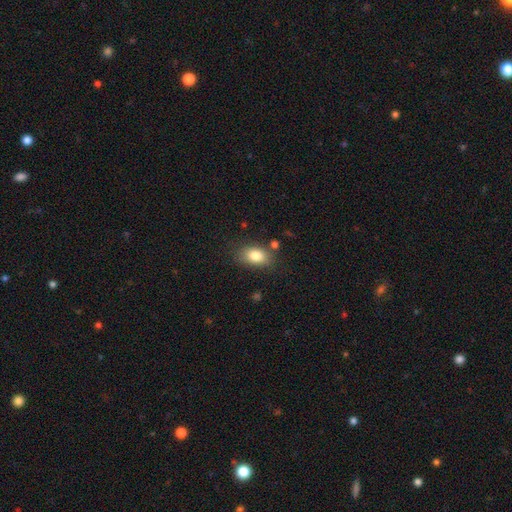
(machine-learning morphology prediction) This is clearly a smooth galaxy (82%). How rounded: clearly in between (83%). Merging: likely none (77%).